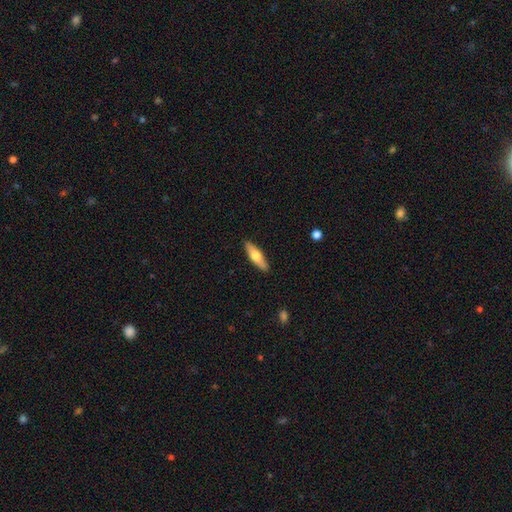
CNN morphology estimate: Smooth or featured?
  - smooth: 57% *
  - featured or disk: 37%
  - star or artifact: 5%
How rounded?
  - cigar-shaped: 60% *
  - in between: 37%
  - round: 2%
Merging?
  - none: 90% *
  - minor disturbance: 7%
  - major disturbance: 2%
  - merger: 1%